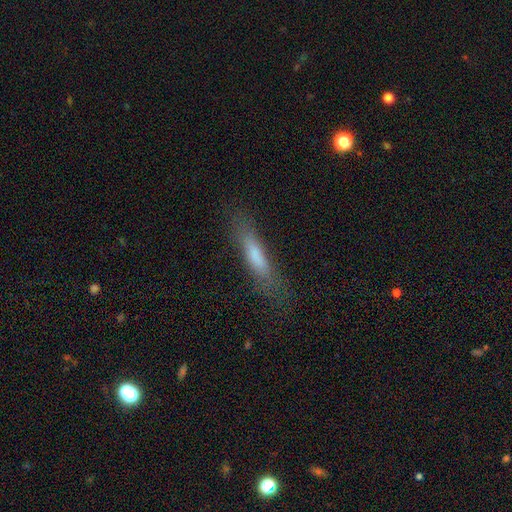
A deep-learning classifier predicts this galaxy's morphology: Q: Smooth or featured?
A: smooth (70%); runner-up: featured or disk (22%)
Q: How rounded?
A: cigar-shaped (83%); runner-up: in between (15%)
Q: Merging?
A: none (73%); runner-up: minor disturbance (18%)